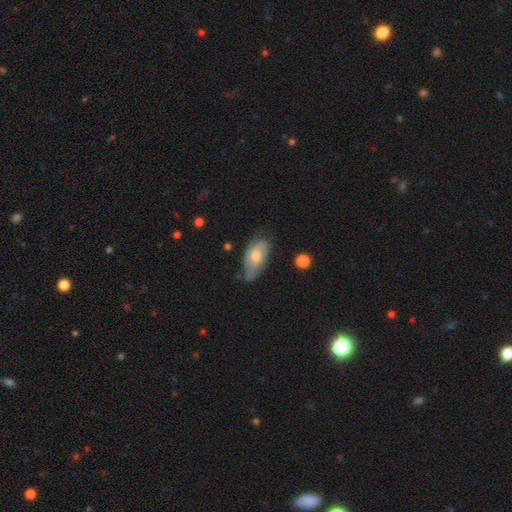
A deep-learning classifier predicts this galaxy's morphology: The model was most divided on "smooth or featured": featured or disk: 53%, smooth: 41%, star or artifact: 6%. More confident: edge-on disk — no (89%); merging — none (55%).